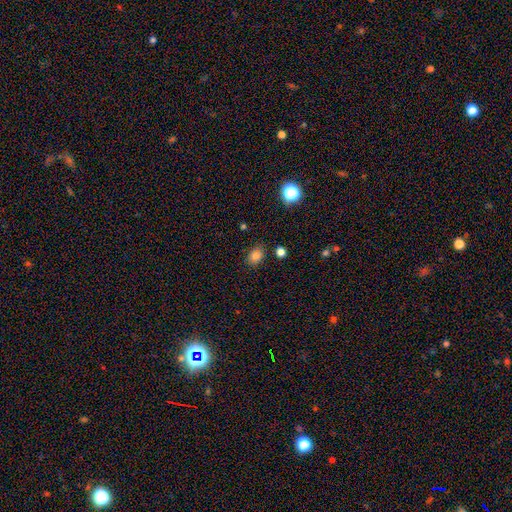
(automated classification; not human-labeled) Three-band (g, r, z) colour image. It shows a smooth galaxy with no disk features (83%) that is in between round and cigar-shaped (62%). Merging: none (82%).